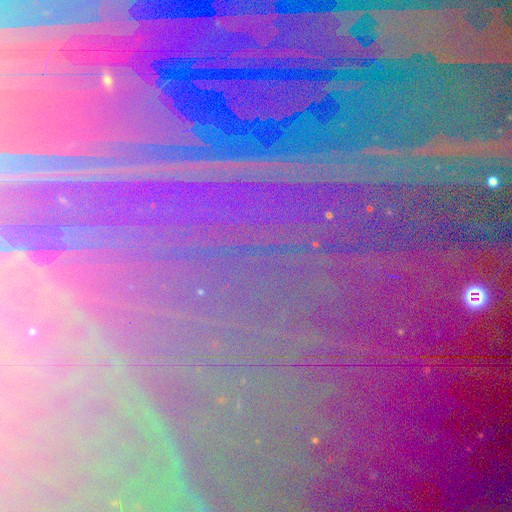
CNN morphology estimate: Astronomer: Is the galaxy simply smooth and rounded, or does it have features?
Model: star or artifact — 87%.